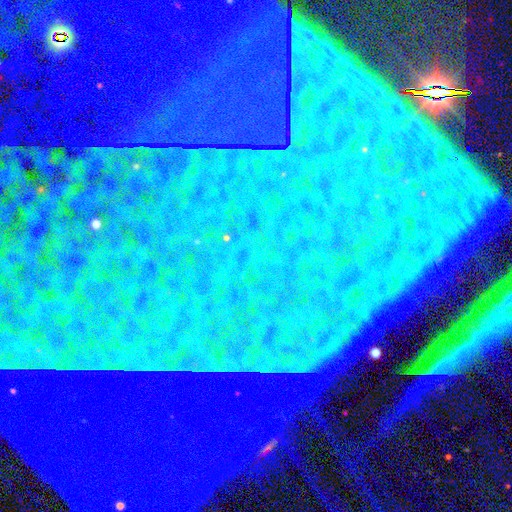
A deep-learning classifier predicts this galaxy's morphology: This appears to be a star or artifact, not a galaxy (86%).